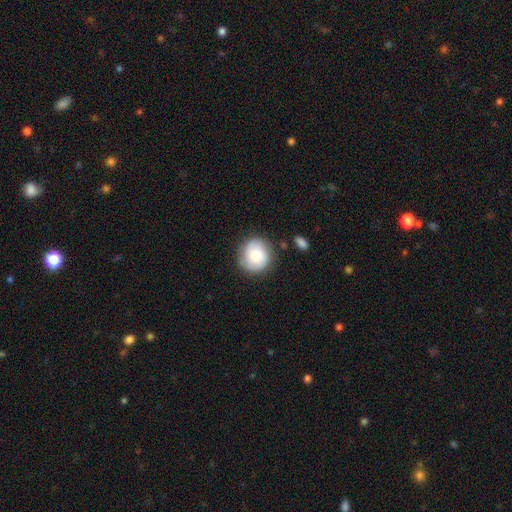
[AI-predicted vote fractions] Overall: smooth (67%). How rounded: round (89%). Merging: none (78%).